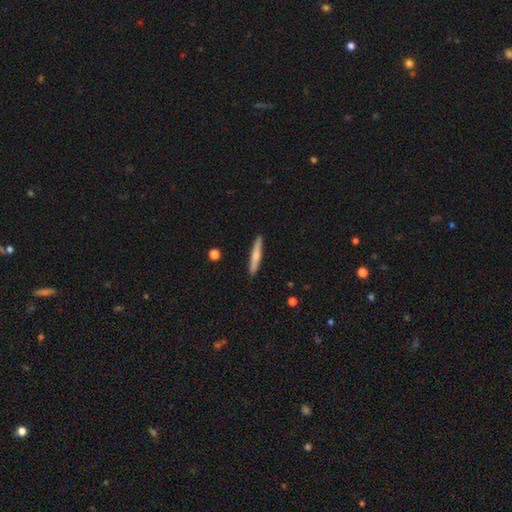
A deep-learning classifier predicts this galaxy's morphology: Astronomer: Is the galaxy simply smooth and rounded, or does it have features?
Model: smooth — 68%.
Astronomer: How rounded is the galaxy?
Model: cigar-shaped — 93%.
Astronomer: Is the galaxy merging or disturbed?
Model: none — 90%.